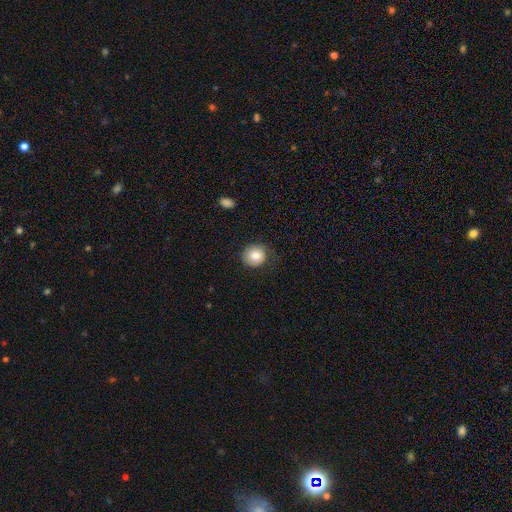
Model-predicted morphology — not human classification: Smooth or featured: smooth — 80% (featured or disk — 11%)
How rounded: round — 88% (in between — 11%)
Merging: none — 76% (minor disturbance — 18%)